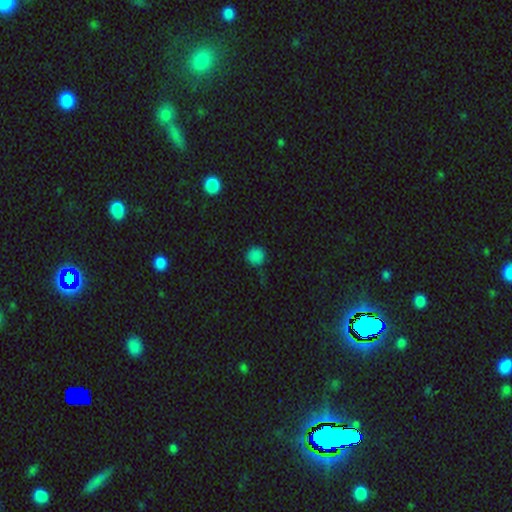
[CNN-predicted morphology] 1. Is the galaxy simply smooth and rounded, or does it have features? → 80% smooth, 16% star or artifact, 4% featured or disk.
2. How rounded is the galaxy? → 93% round, 6% in between, 1% cigar-shaped.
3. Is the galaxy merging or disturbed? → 77% none, 16% minor disturbance, 4% major disturbance, 3% merger.